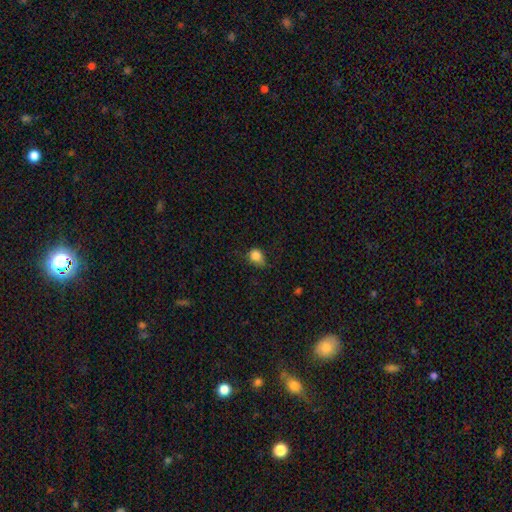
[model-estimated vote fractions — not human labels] A smooth galaxy with no disk features (84%) that is round (58%). Merging: none (52%).